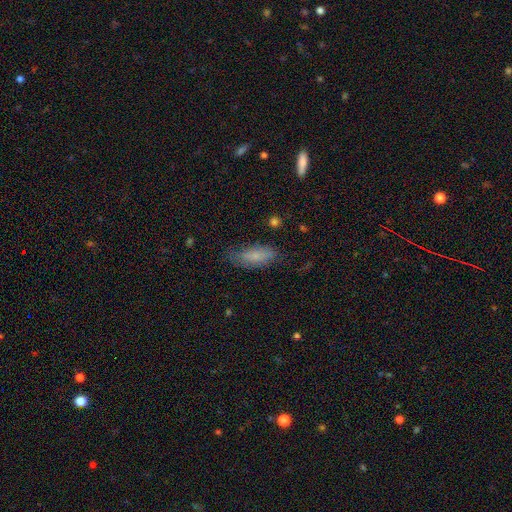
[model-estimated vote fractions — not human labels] Overall: smooth (75%). How rounded: in between (72%). Merging: none (66%).